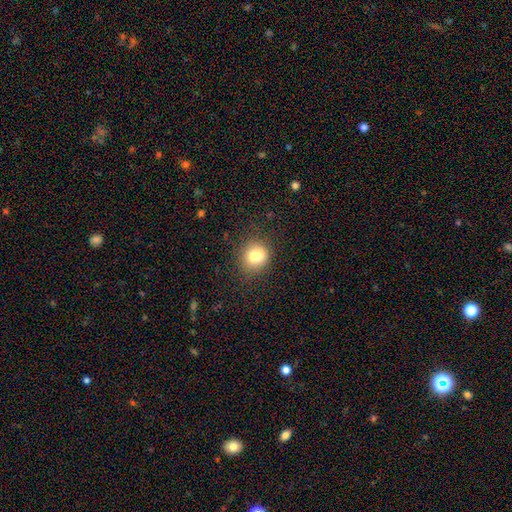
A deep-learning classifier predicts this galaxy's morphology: Smooth or featured: smooth — 77% (star or artifact — 12%)
How rounded: round — 75% (in between — 24%)
Merging: none — 63% (merger — 17%)